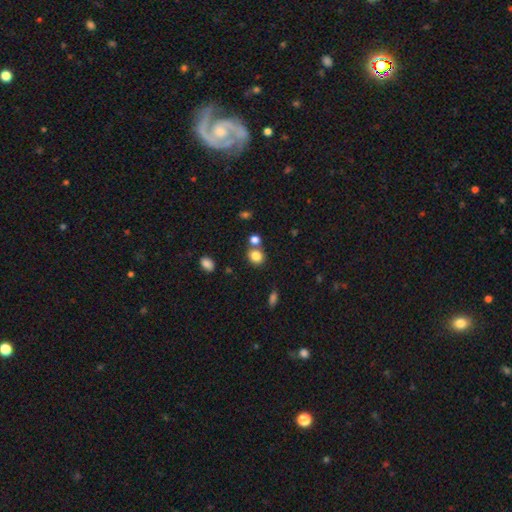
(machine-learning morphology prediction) This appears to be a smooth galaxy with no disk features (82%) that is round (66%). Merging: none (61%).